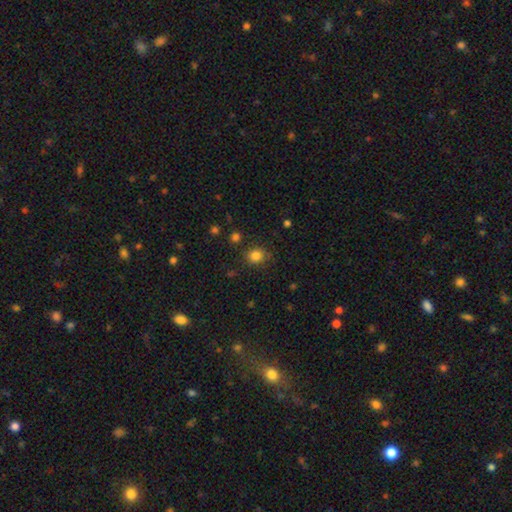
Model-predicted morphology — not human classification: Smooth or featured?
  - smooth: 82% *
  - star or artifact: 13%
  - featured or disk: 5%
How rounded?
  - round: 81% *
  - in between: 18%
  - cigar-shaped: 1%
Merging?
  - none: 82% *
  - minor disturbance: 12%
  - major disturbance: 4%
  - merger: 3%